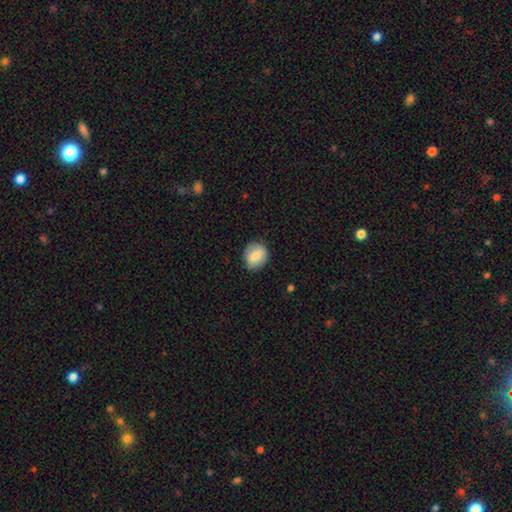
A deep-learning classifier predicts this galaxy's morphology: type=smooth (75%); roundness=round (67%); merging=none (84%).